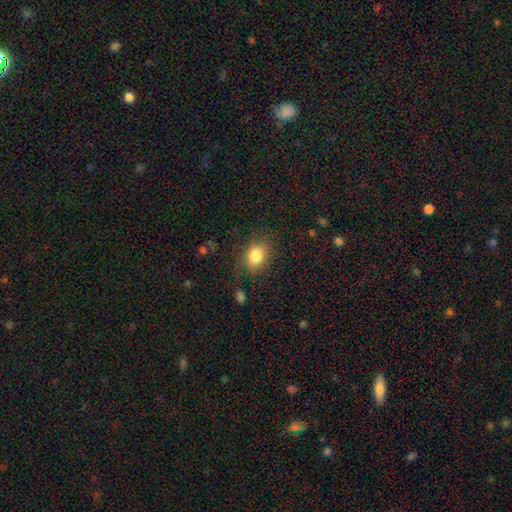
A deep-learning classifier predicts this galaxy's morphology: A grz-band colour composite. It shows a smooth galaxy with no disk features (82%) that is in between round and cigar-shaped (63%). Merging: none (77%).